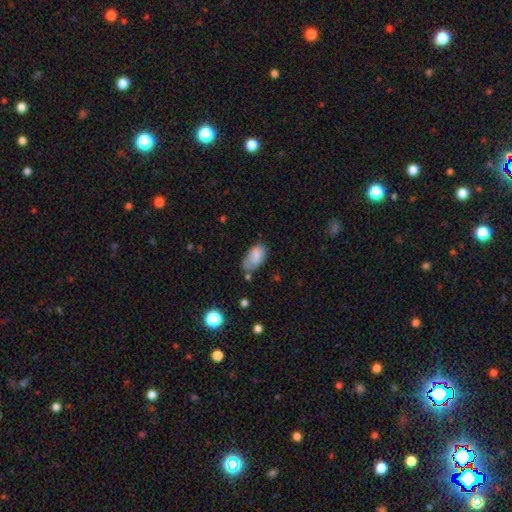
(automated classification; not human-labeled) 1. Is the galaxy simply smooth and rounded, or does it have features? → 79% smooth, 13% featured or disk, 8% star or artifact.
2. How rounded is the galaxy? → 93% in between, 5% round, 2% cigar-shaped.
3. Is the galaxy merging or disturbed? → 48% none, 33% minor disturbance, 12% major disturbance, 7% merger.